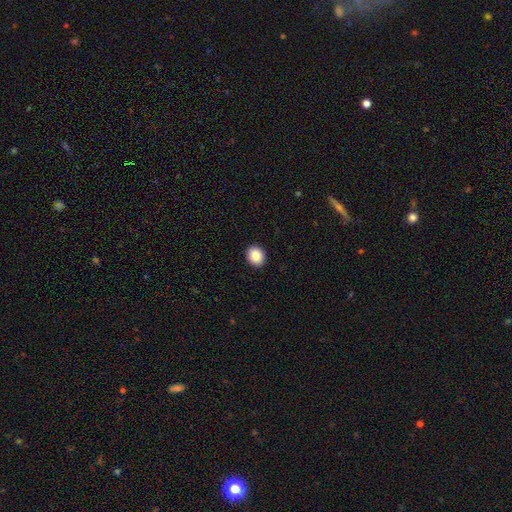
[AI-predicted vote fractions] Q: Smooth or featured?
A: smooth (88%); runner-up: star or artifact (8%)
Q: How rounded?
A: round (60%); runner-up: in between (39%)
Q: Merging?
A: none (92%); runner-up: minor disturbance (5%)